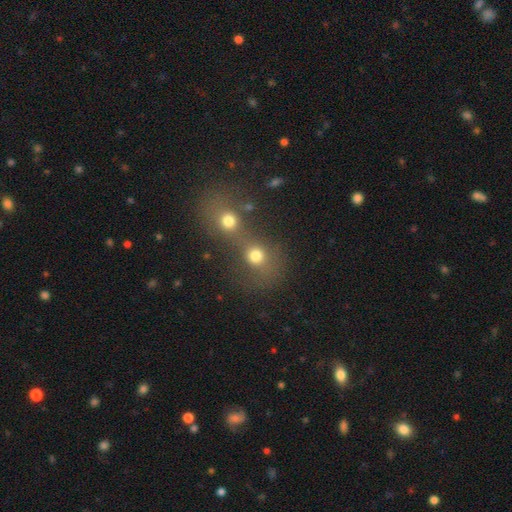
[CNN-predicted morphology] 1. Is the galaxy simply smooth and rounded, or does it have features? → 74% smooth, 16% star or artifact, 10% featured or disk.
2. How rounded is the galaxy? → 78% round, 20% in between, 1% cigar-shaped.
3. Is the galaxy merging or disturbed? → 62% merger, 27% none, 6% minor disturbance, 6% major disturbance.